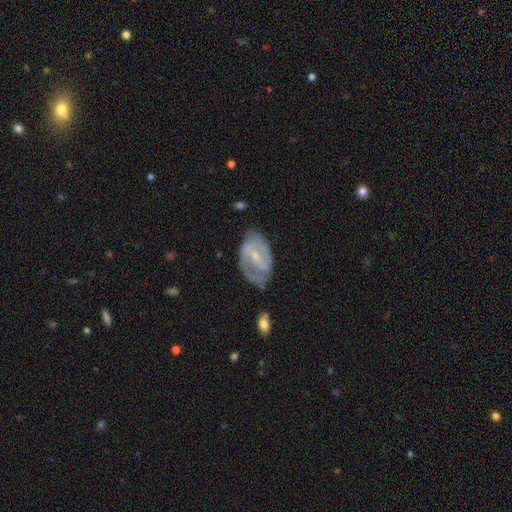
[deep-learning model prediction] The model was most divided on "bar" (2-way tie): weak: 42%, strong: 42%, no: 16%. Remaining: edge-on disk — no (96%); spiral arms — yes (88%); smooth or featured — featured or disk (81%); spiral arm count — 2 (80%); bulge size — small (67%); merging — none (64%); spiral winding — medium (46%).